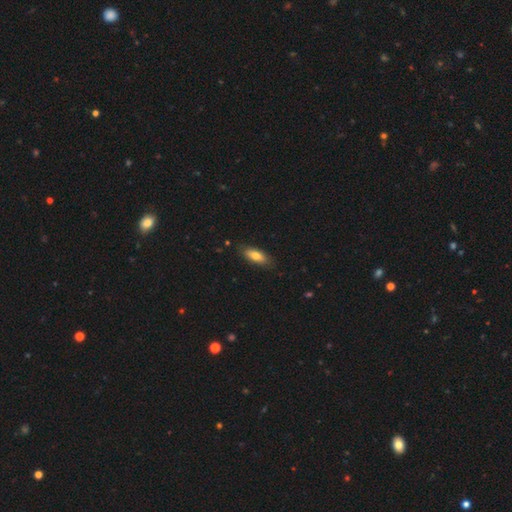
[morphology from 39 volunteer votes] type=smooth (67%); roundness=in between (77%); merging=none (97%).